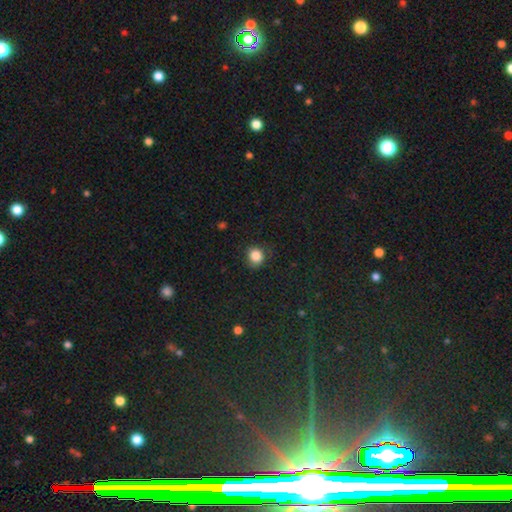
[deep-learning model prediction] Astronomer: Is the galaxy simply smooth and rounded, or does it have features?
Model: smooth — 84%.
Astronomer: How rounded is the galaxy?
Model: round — 86%.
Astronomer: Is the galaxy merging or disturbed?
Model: none — 81%.